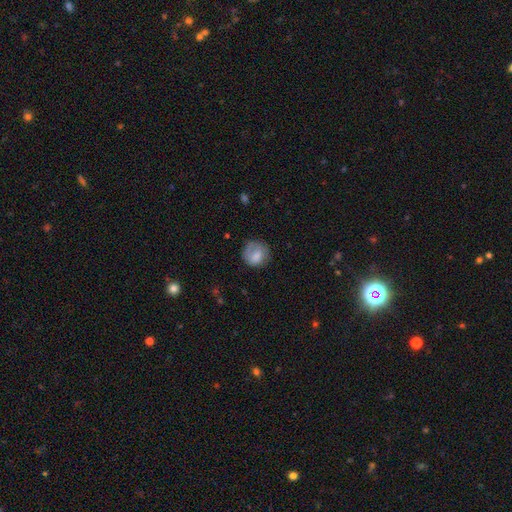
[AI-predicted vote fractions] Smooth or featured?
  - smooth: 76% *
  - featured or disk: 16%
  - star or artifact: 8%
How rounded?
  - round: 84% *
  - in between: 15%
  - cigar-shaped: 1%
Merging?
  - none: 64% *
  - minor disturbance: 23%
  - major disturbance: 12%
  - merger: 2%